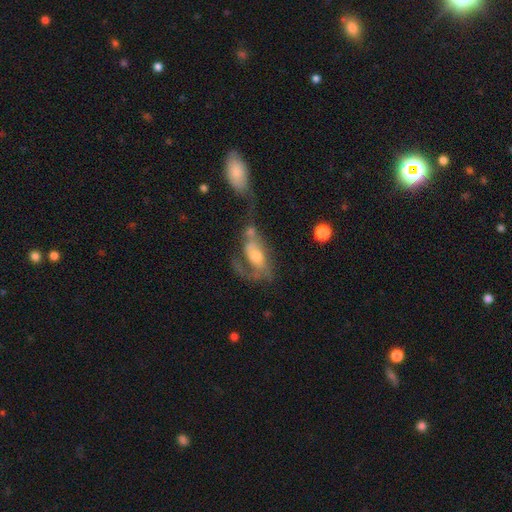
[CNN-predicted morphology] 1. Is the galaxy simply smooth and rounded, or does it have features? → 62% featured or disk, 30% smooth, 8% star or artifact.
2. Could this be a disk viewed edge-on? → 91% no, 9% yes.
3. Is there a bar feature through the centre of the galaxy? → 66% no, 26% weak, 8% strong.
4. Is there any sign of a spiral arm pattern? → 69% yes, 31% no.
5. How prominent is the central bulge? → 61% moderate, 21% small, 13% large, 3% none, 2% dominant.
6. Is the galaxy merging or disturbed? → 37% merger, 32% major disturbance, 18% none, 13% minor disturbance.